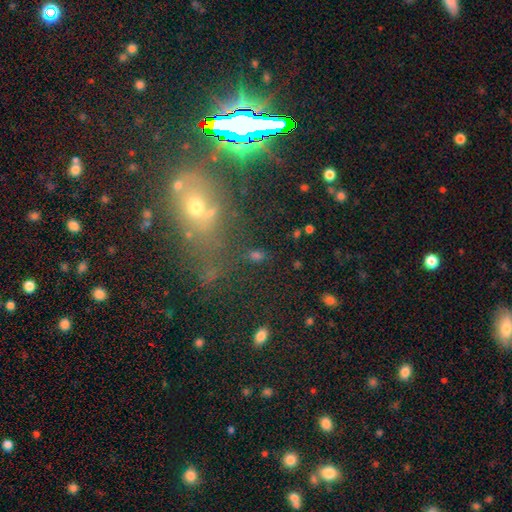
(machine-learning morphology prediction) A smooth galaxy with no disk features (47%). Merging: none (64%).